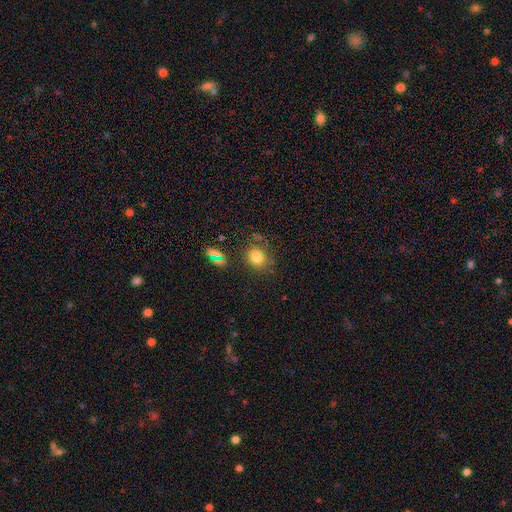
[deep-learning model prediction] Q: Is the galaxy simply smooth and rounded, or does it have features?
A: smooth — 77%.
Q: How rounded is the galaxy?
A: round — 70%.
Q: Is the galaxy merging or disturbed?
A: none — 74%.